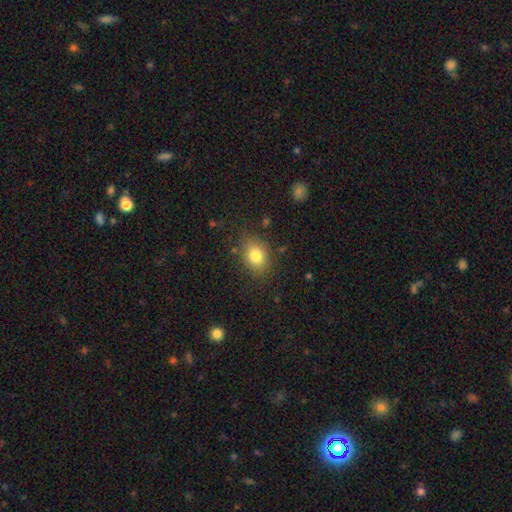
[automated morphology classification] Overall: smooth (80%). How rounded: in between (59%; round 40%). Merging: none (79%).